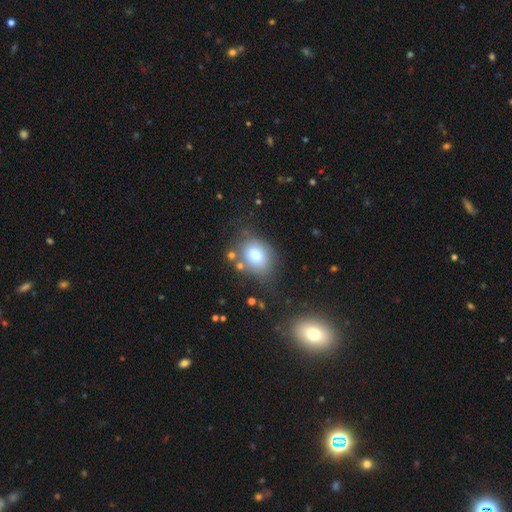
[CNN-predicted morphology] A smooth galaxy with no disk features (74%) that is in between round and cigar-shaped (51%). Merging: none (68%).